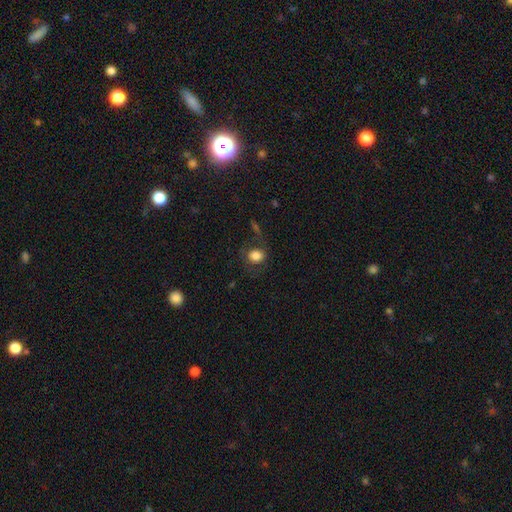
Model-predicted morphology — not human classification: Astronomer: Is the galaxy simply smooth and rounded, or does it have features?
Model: smooth — 80%.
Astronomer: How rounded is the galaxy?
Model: round — 61% (runner-up: in between, 38%).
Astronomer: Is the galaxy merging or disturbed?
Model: none — 70%.